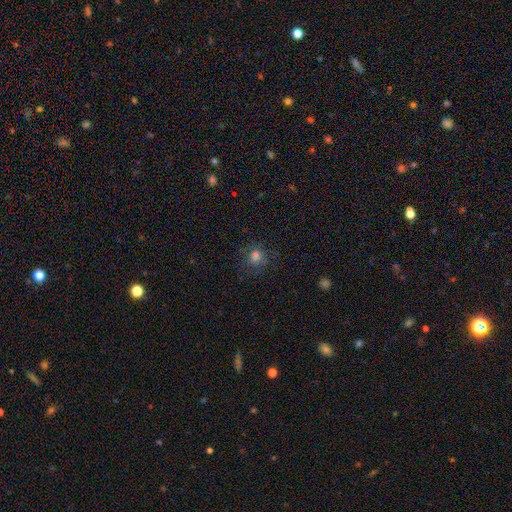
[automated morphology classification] Overall: smooth (74%). How rounded: round (86%). Merging: none (79%).